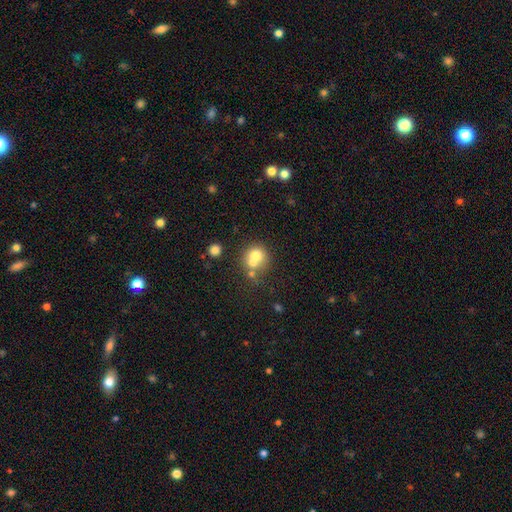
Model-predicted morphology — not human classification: Smooth or featured: smooth — 67% (featured or disk — 21%)
How rounded: round — 84% (in between — 15%)
Merging: merger — 49% (none — 39%)